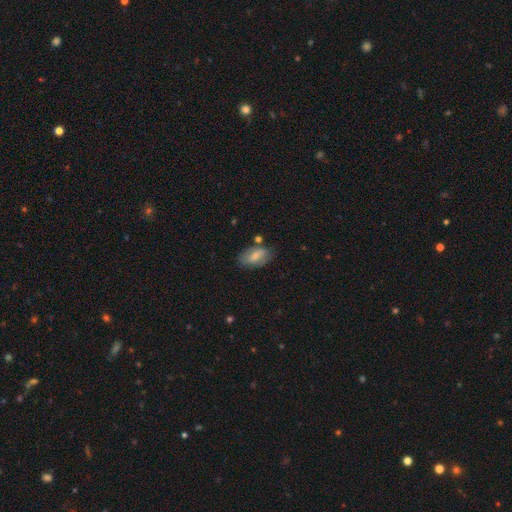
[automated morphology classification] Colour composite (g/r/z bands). It shows a smooth galaxy with no disk features (64%) that is in between round and cigar-shaped (90%). Merging: none (69%).